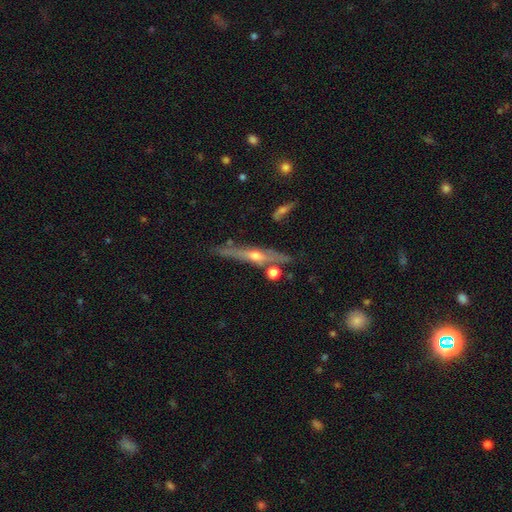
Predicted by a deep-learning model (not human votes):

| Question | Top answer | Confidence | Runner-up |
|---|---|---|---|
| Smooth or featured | featured or disk | 75% | smooth (17%) |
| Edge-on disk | yes | 94% | no (6%) |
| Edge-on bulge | rounded | 86% | none (11%) |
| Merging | none | 76% | minor disturbance (14%) |